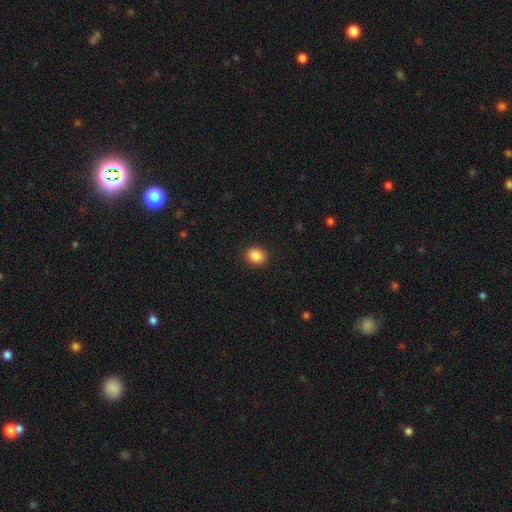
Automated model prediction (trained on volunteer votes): smooth-or-featured: smooth: 88% | star or artifact: 9% | featured or disk: 3%
  how-rounded: round: 67% | in between: 32% | cigar-shaped: 1%
  merging: none: 90% | minor disturbance: 7% | major disturbance: 2% | merger: 1%